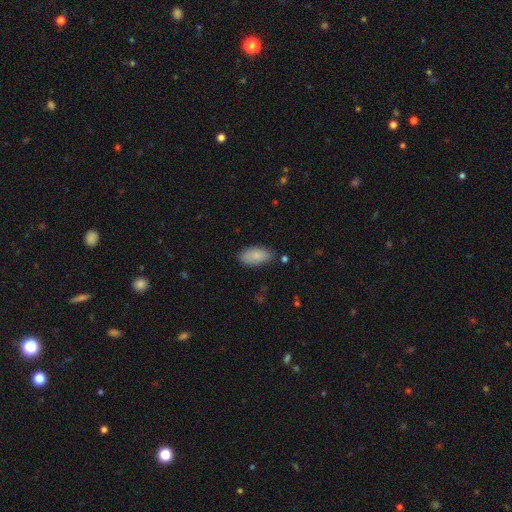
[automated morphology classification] Smooth or featured? Predicted: smooth (p=0.84). How rounded? Predicted: in between (p=0.93). Merging? Predicted: none (p=0.78).